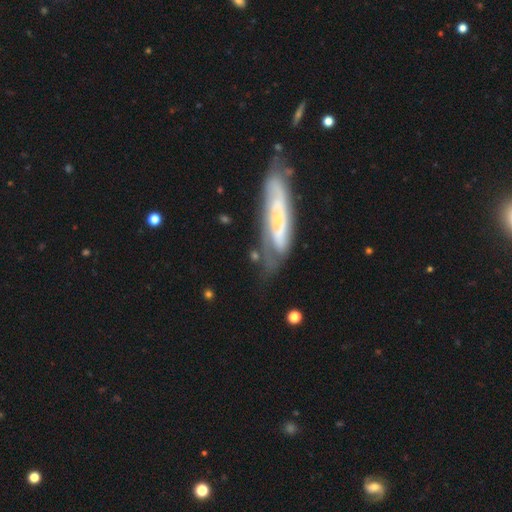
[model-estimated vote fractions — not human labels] A featured or disk galaxy (66%). Merging: none (53%).